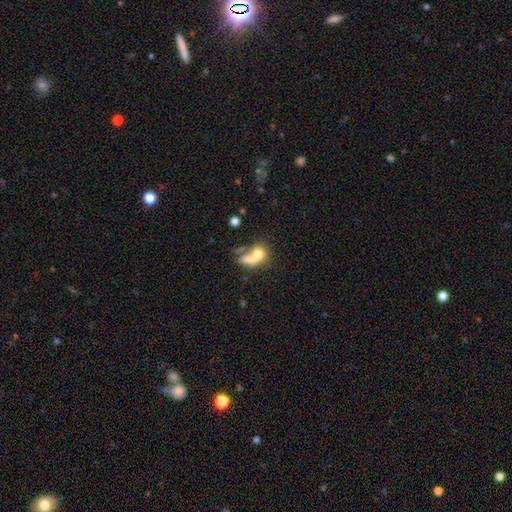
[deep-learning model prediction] Overall: smooth (69%). How rounded: in between (52%; round 43%). Merging: merger (63%).